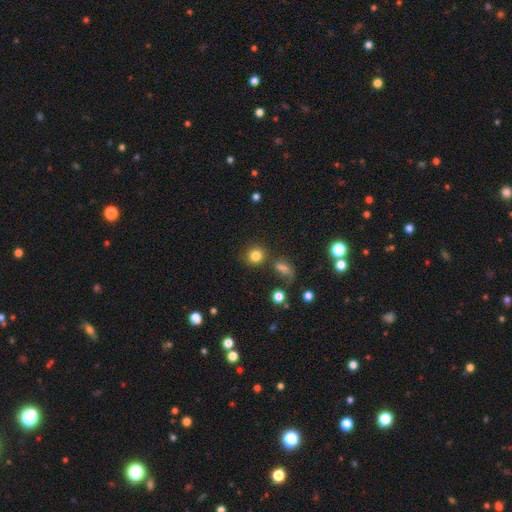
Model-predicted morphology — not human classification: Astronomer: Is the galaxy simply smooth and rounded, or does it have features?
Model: smooth — 81%.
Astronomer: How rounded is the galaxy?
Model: round — 88%.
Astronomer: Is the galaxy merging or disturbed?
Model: none — 74%.